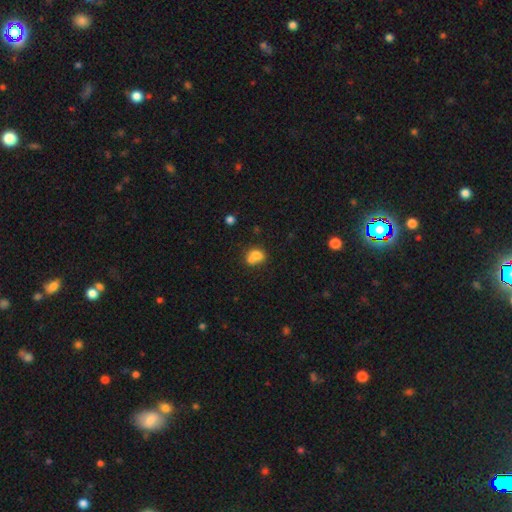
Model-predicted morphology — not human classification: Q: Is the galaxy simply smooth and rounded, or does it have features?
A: smooth — 73%.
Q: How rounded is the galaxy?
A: round — 54%.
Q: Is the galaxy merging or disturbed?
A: merger — 54%.